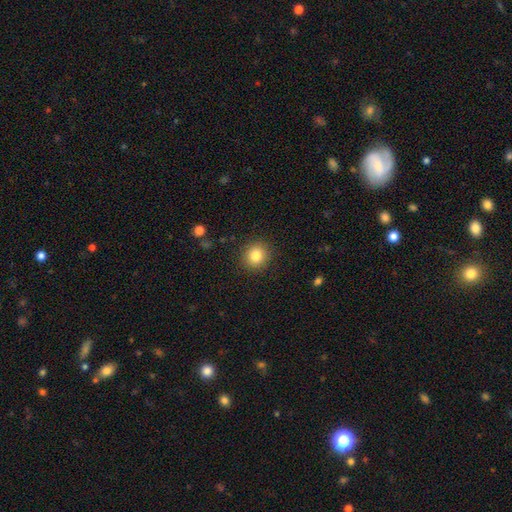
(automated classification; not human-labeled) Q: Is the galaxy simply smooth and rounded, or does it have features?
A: smooth — 82%.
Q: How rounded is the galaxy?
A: round — 90%.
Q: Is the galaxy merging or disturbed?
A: none — 90%.